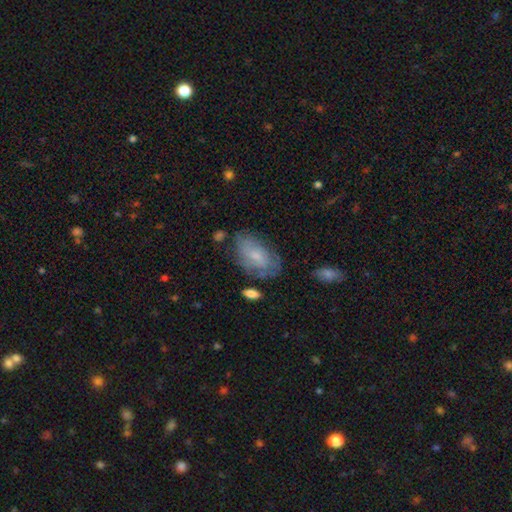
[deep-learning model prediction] A smooth galaxy with no disk features (56%) that is in between round and cigar-shaped (92%).

Vote fractions:
- Smooth or featured? smooth: 56% / featured or disk: 36% / star or artifact: 7%
- How rounded? in between: 92% / round: 5% / cigar-shaped: 3%
- Merging? none: 62% / minor disturbance: 24% / major disturbance: 9% / merger: 4%